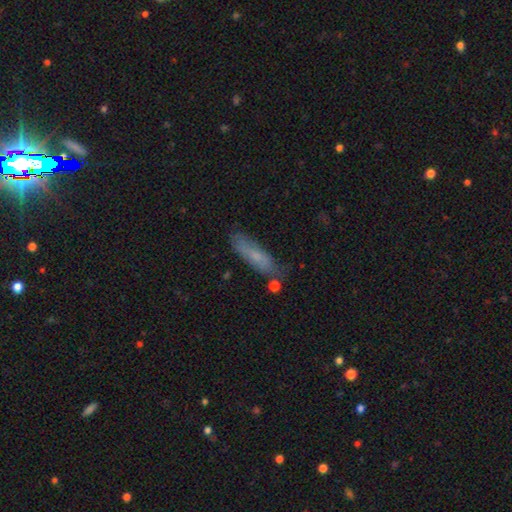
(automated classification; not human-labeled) Smooth or featured? Predicted: smooth (p=0.69). How rounded? Predicted: cigar-shaped (p=0.65). Merging? Predicted: none (p=0.68).